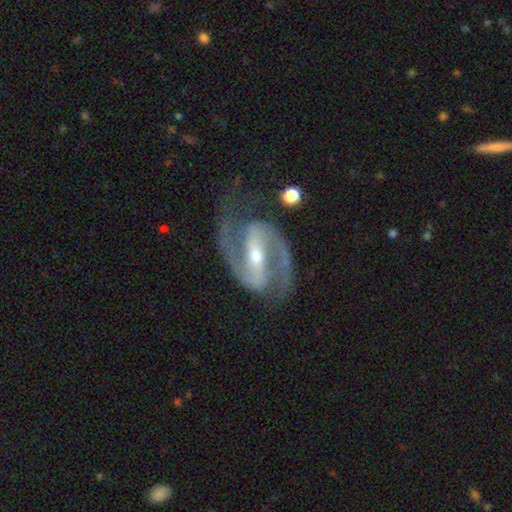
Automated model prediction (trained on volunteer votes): This is clearly a featured or disk galaxy (93%). It is clearly not viewed edge-on (97%). Bar: likely strong (64%). Spiral arm pattern: clearly yes (98%). Spiral arm count: clearly 2 (94%). Spiral winding: likely medium (62%). Central bulge: possibly moderate (52%). Merging: likely none (75%).